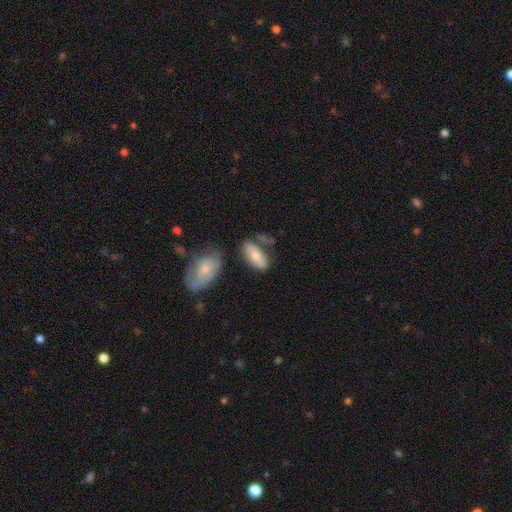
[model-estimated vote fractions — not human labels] smooth_or_featured: smooth (p=0.63) [alt: featured or disk p=0.31]
how_rounded: in between (p=0.88) [alt: cigar-shaped p=0.09]
merging: none (p=0.57) [alt: minor disturbance p=0.20]